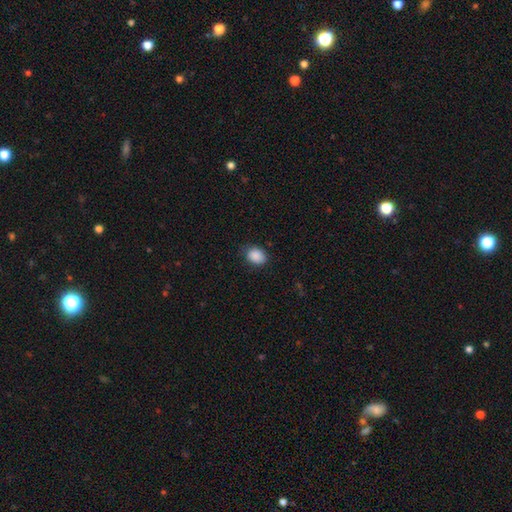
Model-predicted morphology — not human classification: Smooth or featured? Predicted: smooth (p=0.89). How rounded? Predicted: in between (p=0.63). Merging? Predicted: none (p=0.80).